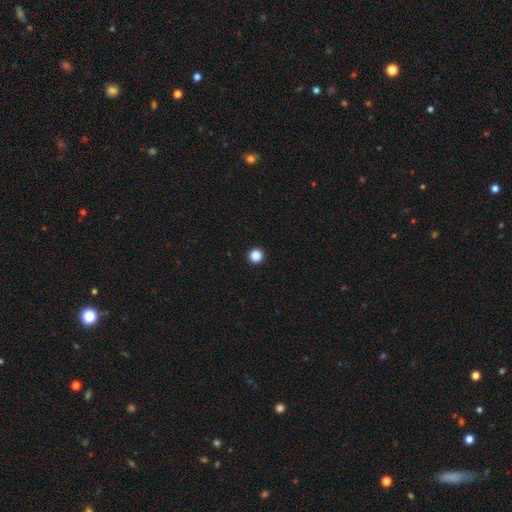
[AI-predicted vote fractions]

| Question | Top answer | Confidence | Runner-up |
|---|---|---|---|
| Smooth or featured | smooth | 87% | star or artifact (11%) |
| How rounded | round | 96% | in between (3%) |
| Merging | none | 95% | minor disturbance (3%) |